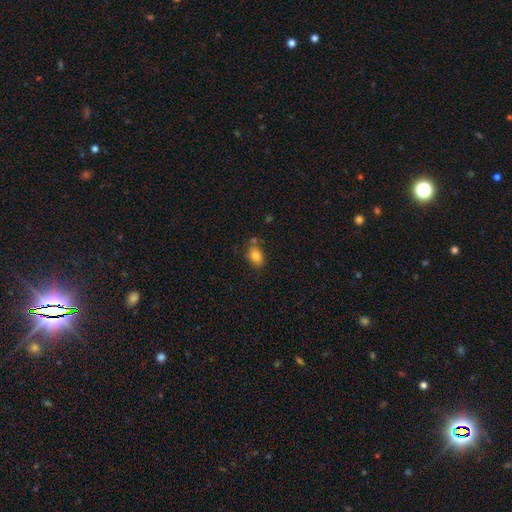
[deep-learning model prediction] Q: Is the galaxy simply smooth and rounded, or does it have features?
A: smooth — 82%.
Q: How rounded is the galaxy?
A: in between — 78%.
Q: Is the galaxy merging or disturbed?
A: none — 67%.